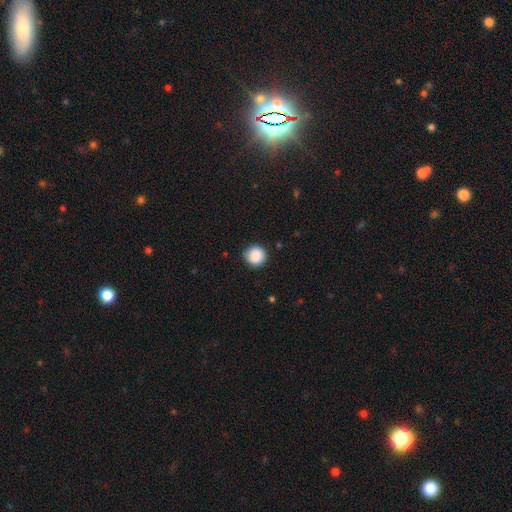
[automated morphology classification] smooth-or-featured: smooth: 89% | star or artifact: 9% | featured or disk: 3%
  how-rounded: round: 94% | in between: 5% | cigar-shaped: 1%
  merging: none: 88% | minor disturbance: 9% | major disturbance: 2% | merger: 1%